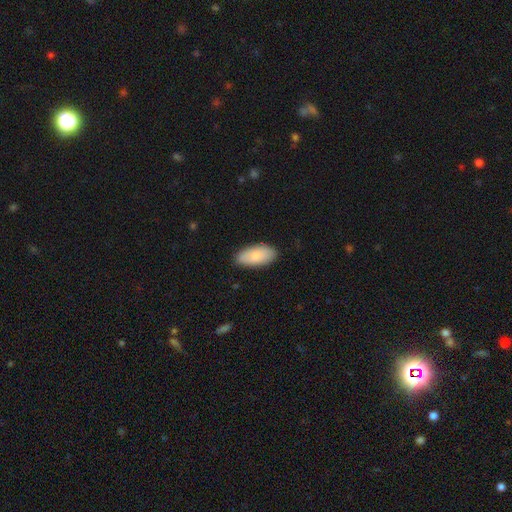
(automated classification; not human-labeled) Morphology: type=smooth (81%); roundness=in between (92%); merging=none (85%).